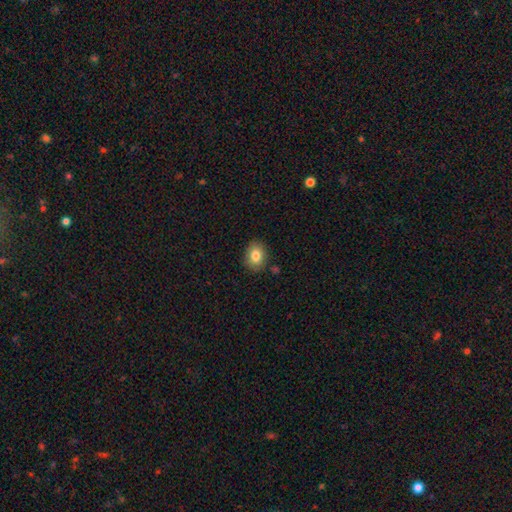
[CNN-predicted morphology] smooth 82%, featured or disk 9%, star or artifact 9%. Down the decision tree: how rounded — in between (60%); merging — none (84%).